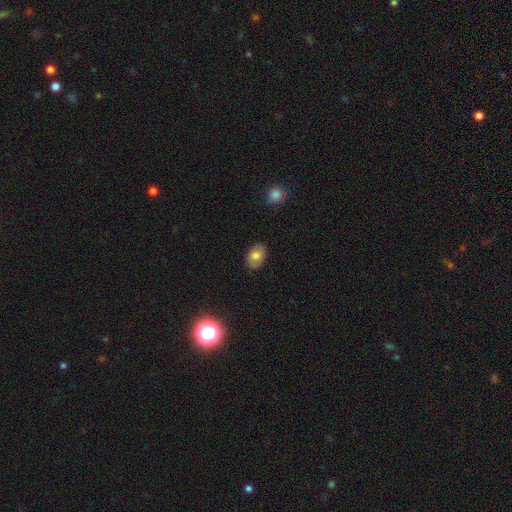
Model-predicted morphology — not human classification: This appears to be a smooth galaxy with no disk features (74%) that is in between round and cigar-shaped (82%). Merging: none (85%).